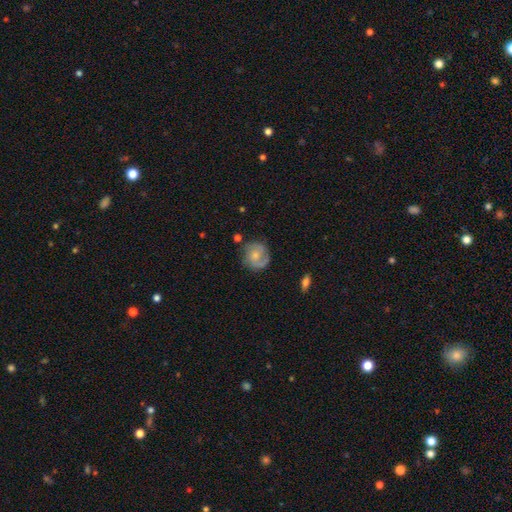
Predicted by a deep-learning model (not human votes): smooth-or-featured: featured or disk: 50% | smooth: 42% | star or artifact: 7%
  disk-edge-on: no: 97% | yes: 3%
  merging: none: 65% | minor disturbance: 22% | major disturbance: 9% | merger: 3%